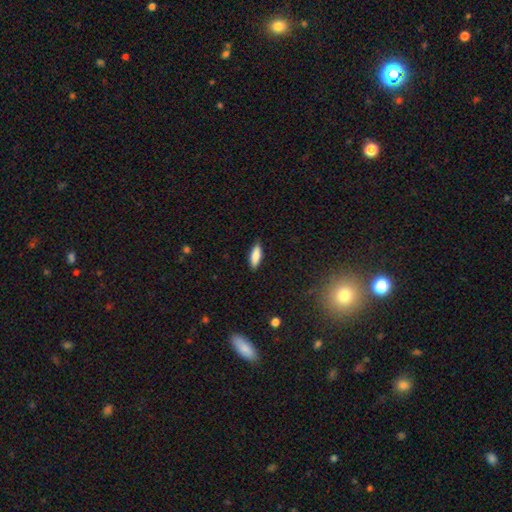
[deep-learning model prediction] Smooth or featured? smooth (83%)
How rounded? in between (62%)
Merging? none (86%)